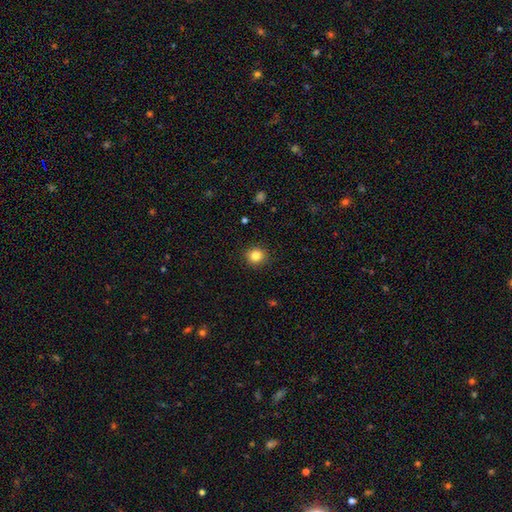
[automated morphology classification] The model was most divided on "smooth or featured": smooth: 84%, star or artifact: 11%, featured or disk: 5%. More confident: merging — none (90%); how rounded — round (89%).